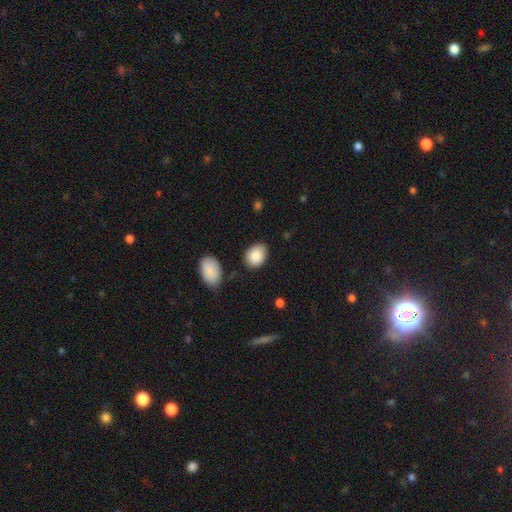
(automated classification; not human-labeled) Q: Smooth or featured?
A: smooth (88%); runner-up: star or artifact (7%)
Q: How rounded?
A: in between (67%); runner-up: round (32%)
Q: Merging?
A: none (75%); runner-up: minor disturbance (18%)